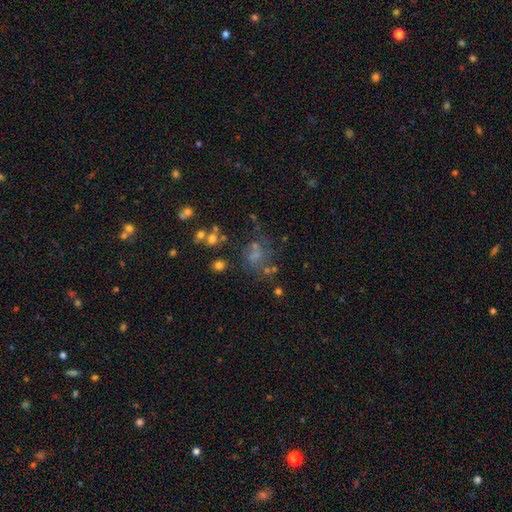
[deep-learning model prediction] Smooth or featured?
  - featured or disk: 35% *
  - smooth: 33%
  - star or artifact: 31%
Merging?
  - none: 43% *
  - major disturbance: 26%
  - minor disturbance: 19%
  - merger: 12%